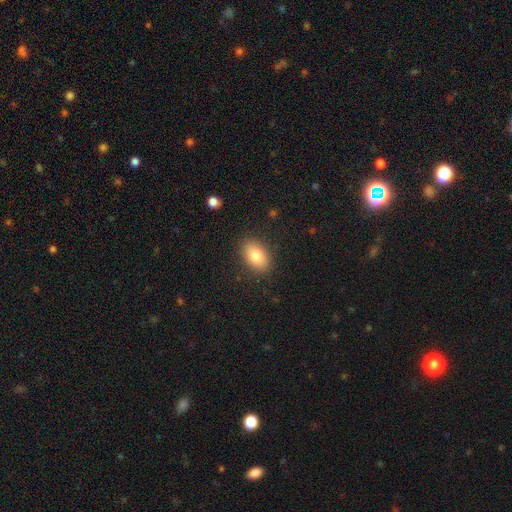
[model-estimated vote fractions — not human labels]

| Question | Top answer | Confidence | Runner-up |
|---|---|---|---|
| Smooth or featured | smooth | 80% | featured or disk (12%) |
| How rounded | in between | 86% | round (13%) |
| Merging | none | 87% | minor disturbance (9%) |